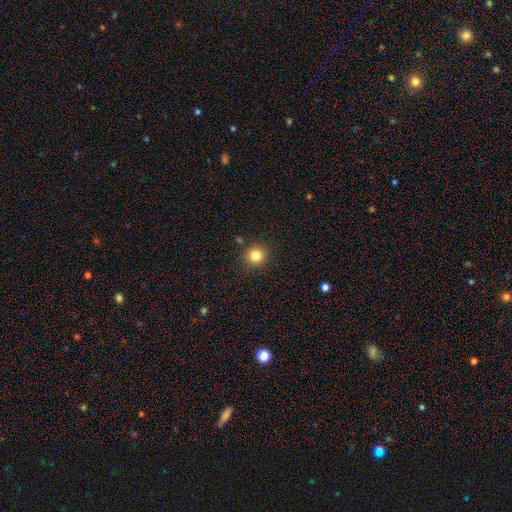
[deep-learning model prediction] Smooth or featured?
  - smooth: 83% *
  - star or artifact: 12%
  - featured or disk: 5%
How rounded?
  - round: 94% *
  - in between: 5%
  - cigar-shaped: 1%
Merging?
  - none: 89% *
  - minor disturbance: 6%
  - merger: 3%
  - major disturbance: 2%